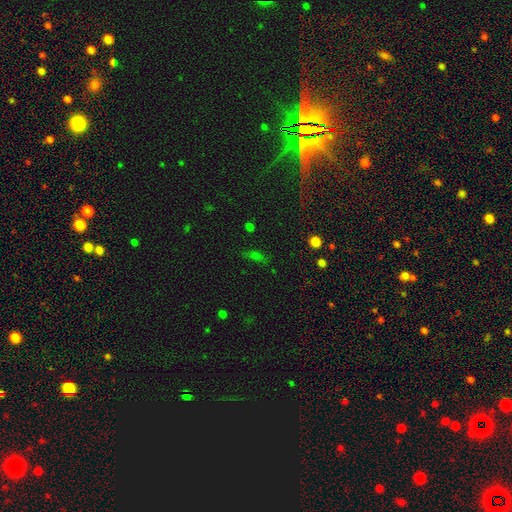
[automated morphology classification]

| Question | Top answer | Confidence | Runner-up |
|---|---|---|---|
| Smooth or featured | smooth | 46% | star or artifact (40%) |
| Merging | none | 71% | minor disturbance (16%) |